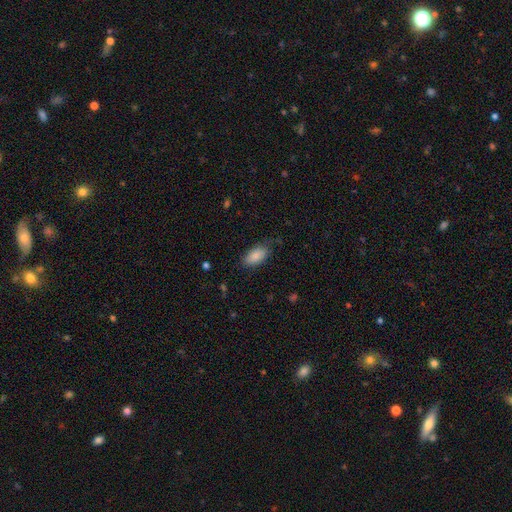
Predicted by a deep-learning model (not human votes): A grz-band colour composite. It shows a smooth galaxy with no disk features (86%) that is in between round and cigar-shaped (93%). Merging: none (71%).